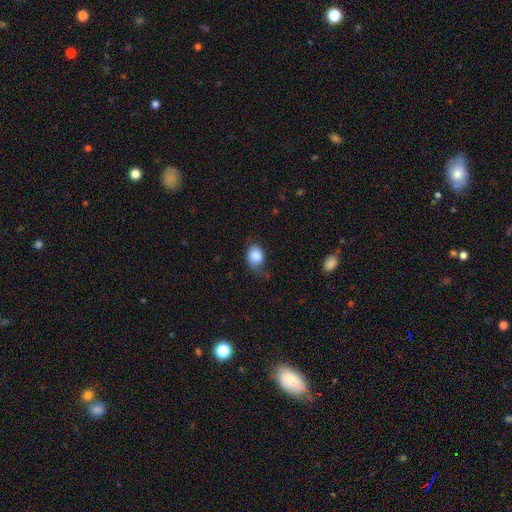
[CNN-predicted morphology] A smooth galaxy with no disk features (86%) that is in between round and cigar-shaped (61%). Merging: none (55%).